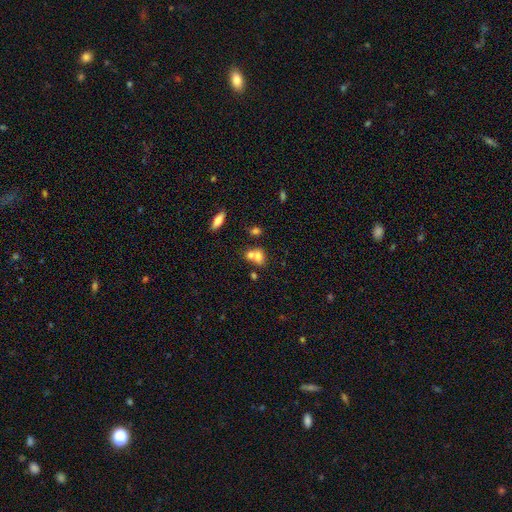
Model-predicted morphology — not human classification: Smooth or featured?
  - smooth: 67% *
  - featured or disk: 20%
  - star or artifact: 12%
How rounded?
  - in between: 58% *
  - round: 40%
  - cigar-shaped: 3%
Merging?
  - merger: 58% *
  - none: 29%
  - minor disturbance: 9%
  - major disturbance: 5%